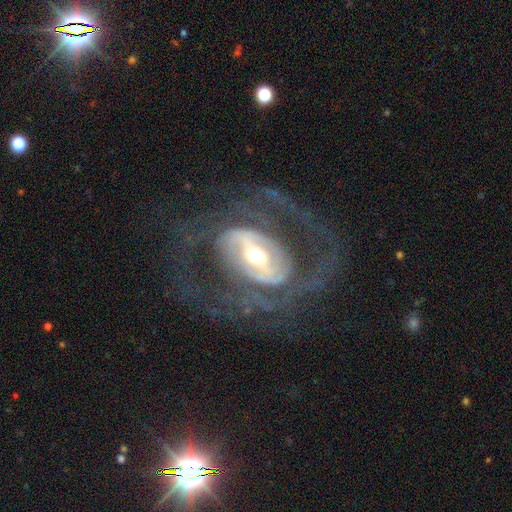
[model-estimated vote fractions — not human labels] This is clearly a featured or disk galaxy (87%). It is clearly not viewed edge-on (95%). Bar: possibly strong (53%). Spiral arm pattern: clearly yes (86%). Spiral arm count: likely 2 (66%). Spiral winding: possibly medium (47%). Central bulge: possibly moderate (57%). Merging: likely none (62%).